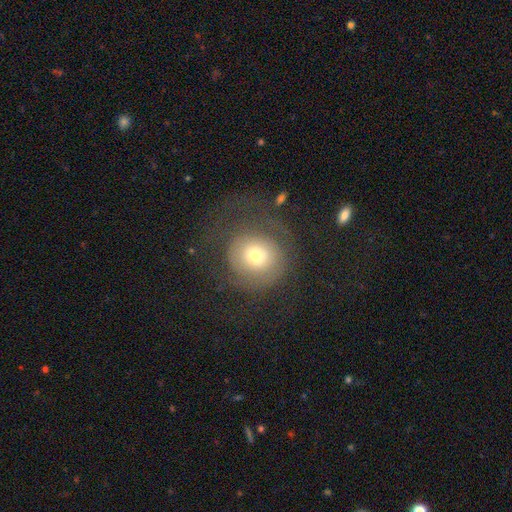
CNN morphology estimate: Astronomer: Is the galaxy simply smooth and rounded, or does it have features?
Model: smooth — 53% (runner-up: featured or disk, 37%).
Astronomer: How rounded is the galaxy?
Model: round — 86%.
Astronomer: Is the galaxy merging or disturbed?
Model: none — 52% (runner-up: major disturbance, 31%).